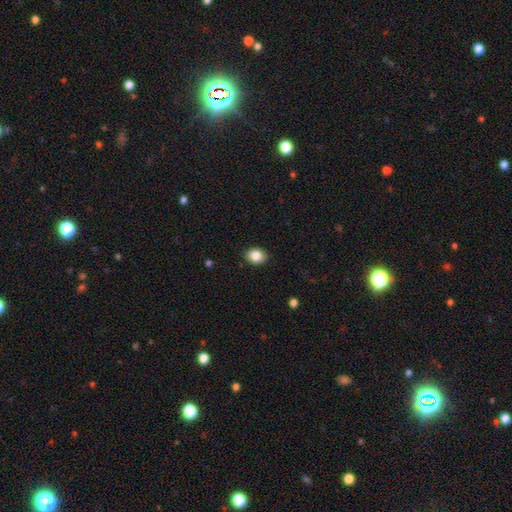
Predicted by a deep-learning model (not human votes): Morphology: type=smooth (86%); roundness=in between (59%); merging=none (89%).